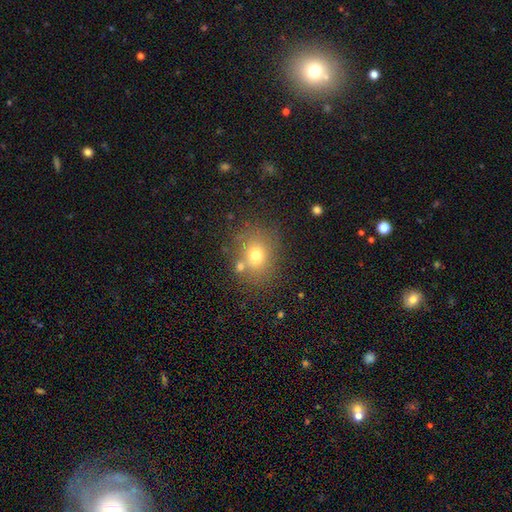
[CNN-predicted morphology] A smooth galaxy with no disk features (71%) that is round (61%). Merging: none (71%).